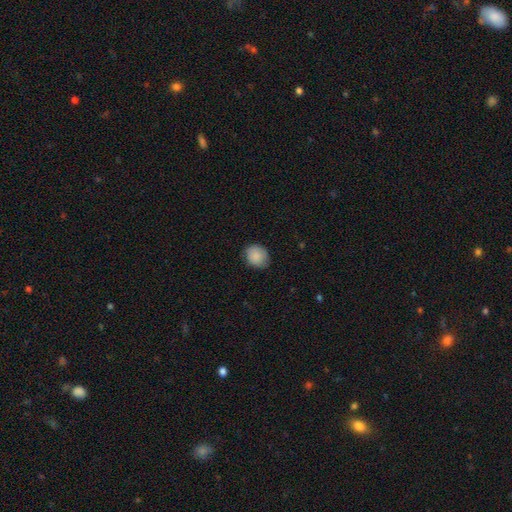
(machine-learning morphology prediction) Q: Smooth or featured?
A: smooth (87%); runner-up: star or artifact (8%)
Q: How rounded?
A: round (65%); runner-up: in between (34%)
Q: Merging?
A: none (77%); runner-up: minor disturbance (19%)